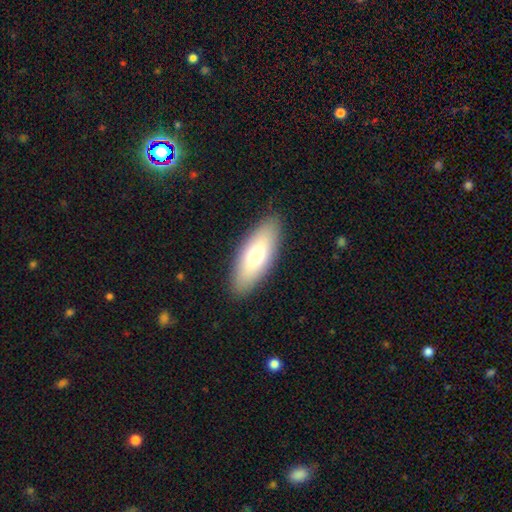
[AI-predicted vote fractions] Overall: smooth (71%). How rounded: in between (72%). Merging: none (88%).